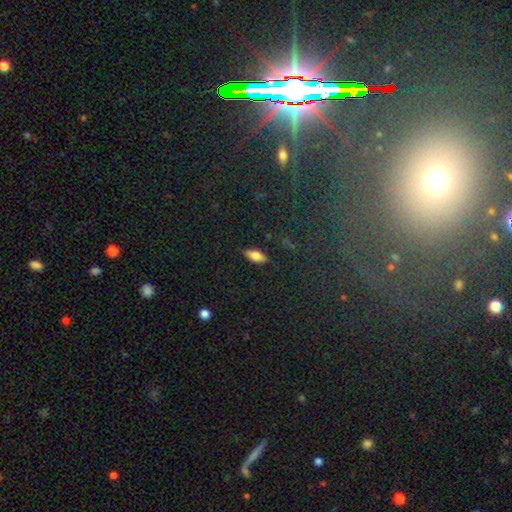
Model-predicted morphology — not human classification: Q: Smooth or featured?
A: smooth (71%); runner-up: featured or disk (21%)
Q: How rounded?
A: in between (78%); runner-up: cigar-shaped (19%)
Q: Merging?
A: none (87%); runner-up: minor disturbance (10%)